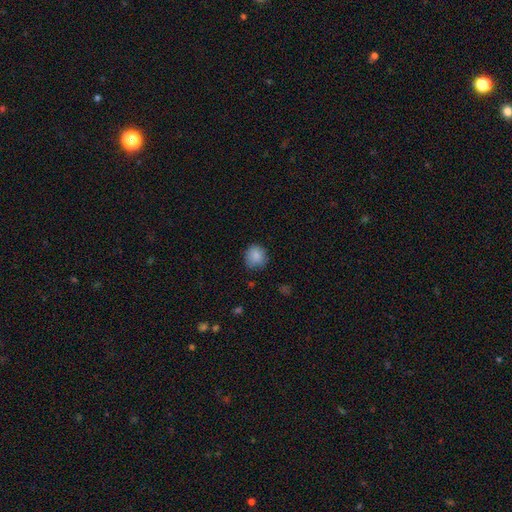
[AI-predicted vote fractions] Q: Smooth or featured?
A: smooth (86%); runner-up: star or artifact (9%)
Q: How rounded?
A: round (87%); runner-up: in between (12%)
Q: Merging?
A: none (78%); runner-up: minor disturbance (17%)